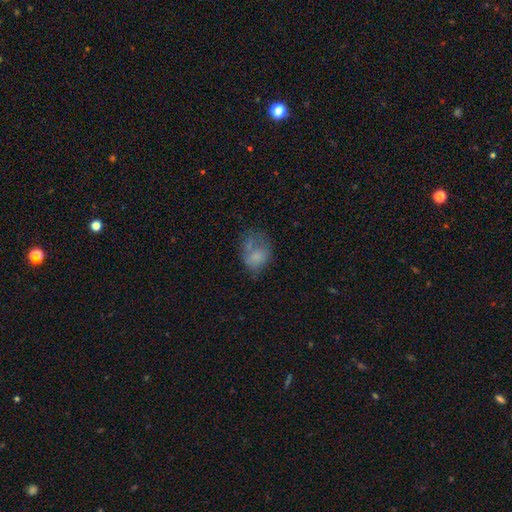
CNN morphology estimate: A smooth galaxy with no disk features (64%) that is in between round and cigar-shaped (62%). Merging: none (35%).